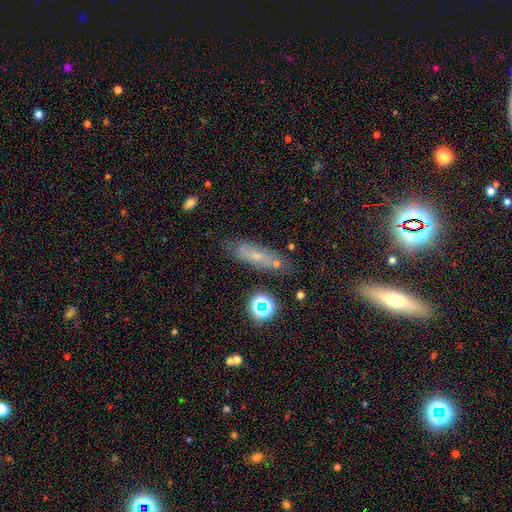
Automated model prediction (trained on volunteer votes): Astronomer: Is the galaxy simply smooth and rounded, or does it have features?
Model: smooth — 46% (runner-up: featured or disk, 38%).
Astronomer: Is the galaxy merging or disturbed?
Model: none — 68%.